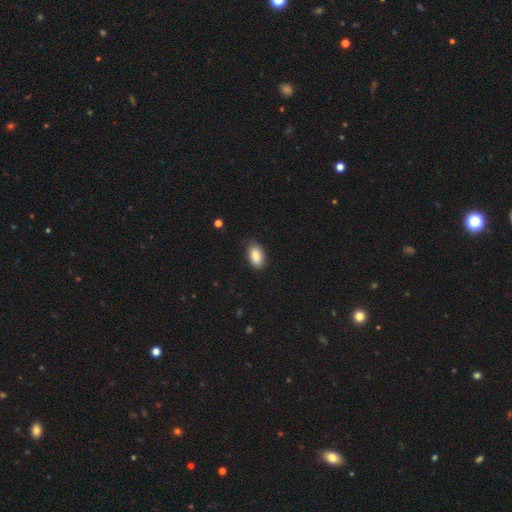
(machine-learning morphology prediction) smooth_or_featured: smooth (p=0.85) [alt: featured or disk p=0.08]
how_rounded: in between (p=0.93) [alt: round p=0.05]
merging: none (p=0.81) [alt: minor disturbance p=0.15]